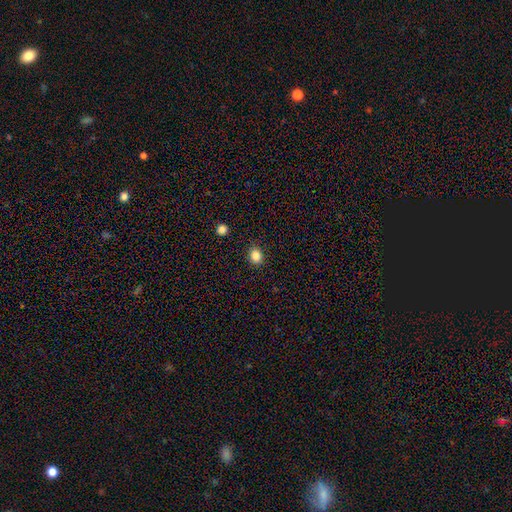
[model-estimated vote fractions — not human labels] Q: Smooth or featured?
A: smooth (84%); runner-up: star or artifact (11%)
Q: How rounded?
A: round (59%); runner-up: in between (40%)
Q: Merging?
A: none (89%); runner-up: minor disturbance (8%)